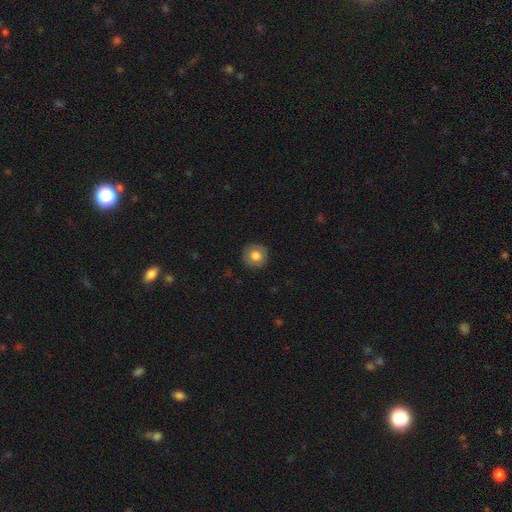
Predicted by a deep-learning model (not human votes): Overall: smooth (81%). How rounded: round (92%). Merging: none (90%).